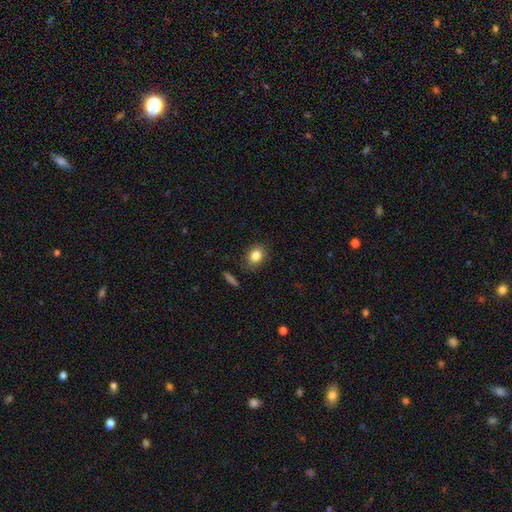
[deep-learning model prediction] smooth 83%, star or artifact 9%, featured or disk 8%. Down the decision tree: how rounded — in between (59%); merging — none (85%).